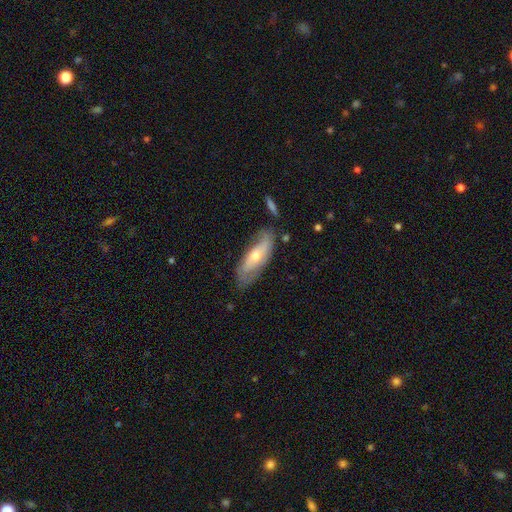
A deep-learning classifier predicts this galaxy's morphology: Smooth or featured? featured or disk (56%)
Edge-on disk? no (75%)
Merging? none (63%)